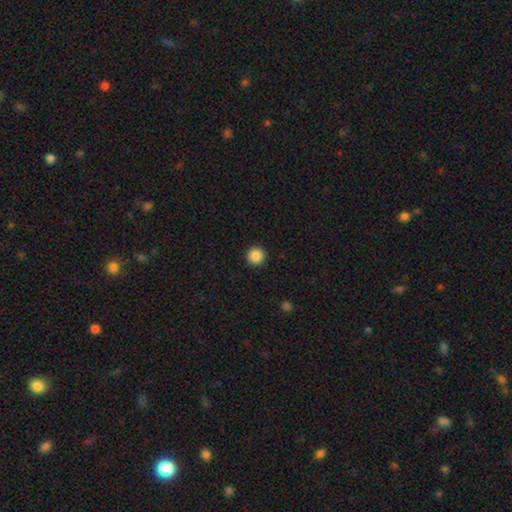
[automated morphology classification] smooth-or-featured: smooth: 88% | star or artifact: 10% | featured or disk: 3%
  how-rounded: round: 96% | in between: 3% | cigar-shaped: 1%
  merging: none: 93% | minor disturbance: 4% | major disturbance: 2% | merger: 1%